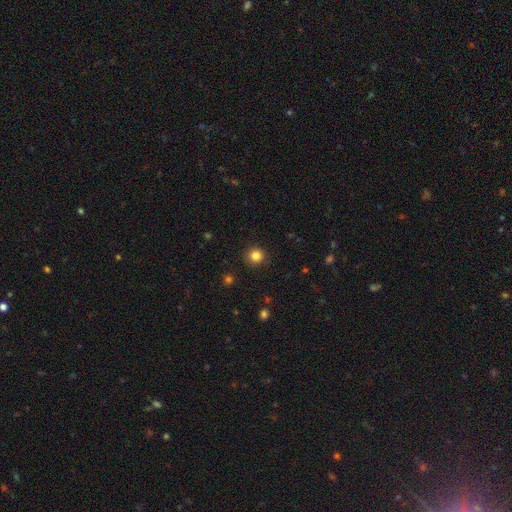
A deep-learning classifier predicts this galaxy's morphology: type=smooth (84%); roundness=round (94%); merging=none (91%).